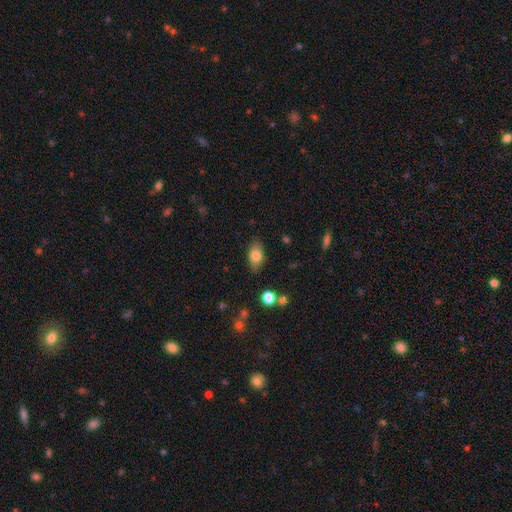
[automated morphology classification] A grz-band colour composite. It shows a smooth galaxy with no disk features (79%) that is in between round and cigar-shaped (87%). Merging: none (81%).